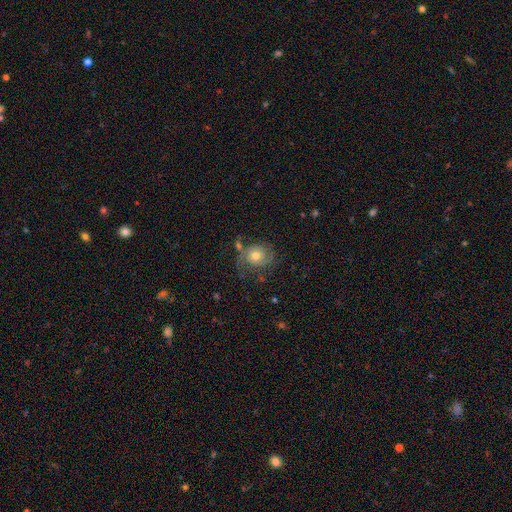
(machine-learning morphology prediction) A featured or disk galaxy (68%) with no bar (81%), 2 (70%) tight (48%) spiral arms (89%) and a moderate central bulge (70%).

Vote fractions:
- Smooth or featured? featured or disk: 68% / smooth: 23% / star or artifact: 9%
- Edge-on disk? no: 97% / yes: 3%
- Bar? no: 81% / weak: 16% / strong: 3%
- Spiral arms? yes: 89% / no: 11%
- Spiral winding? tight: 48% / medium: 37% / loose: 15%
- Spiral arm count? 2: 70% / can't tell: 14% / 1: 6% / 3: 6% / 4: 2% / more than 4: 2%
- Bulge size? moderate: 70% / small: 21% / large: 7% / none: 1% / dominant: 1%
- Merging? none: 61% / minor disturbance: 21% / major disturbance: 12% / merger: 6%